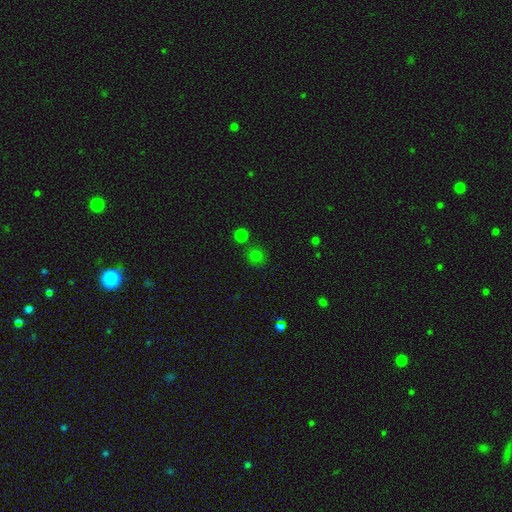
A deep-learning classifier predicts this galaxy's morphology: A smooth galaxy with no disk features (74%) that is round (89%). Merging: none (79%).